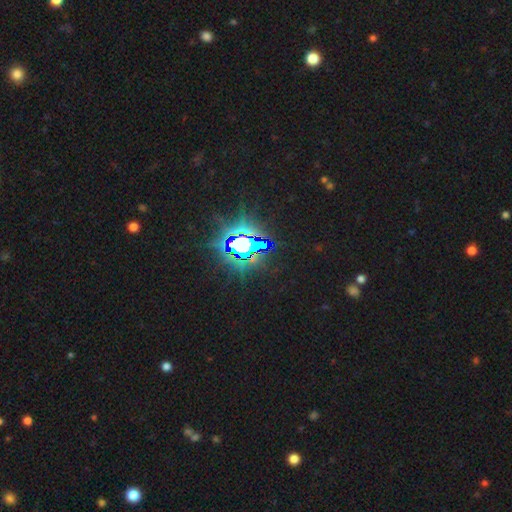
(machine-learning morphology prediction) Smooth or featured: star or artifact — 81% (smooth — 10%)